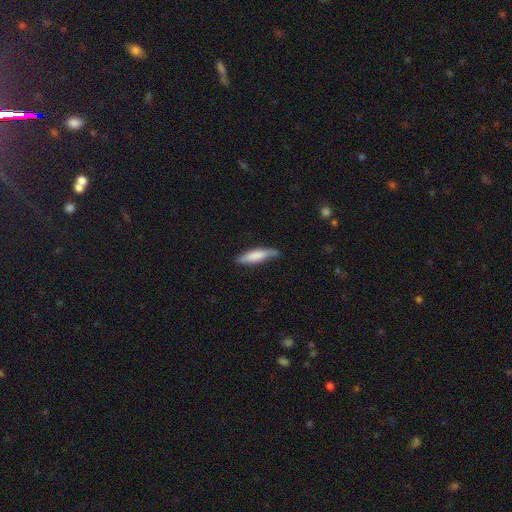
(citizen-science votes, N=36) Volunteers were most divided on "smooth or featured": smooth: 78%, featured or disk: 22%, star or artifact: 0%. More confident: merging — none (78%); how rounded — cigar-shaped (75%).